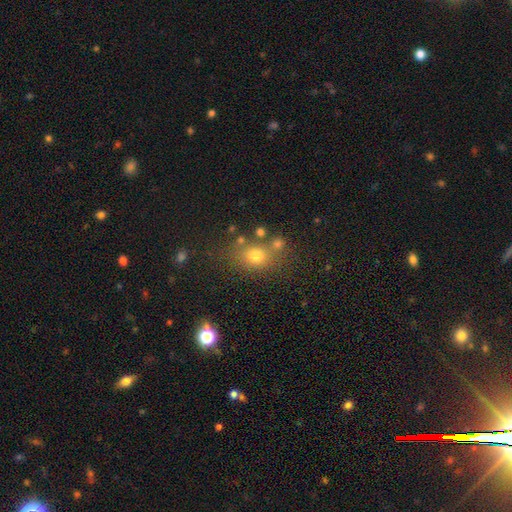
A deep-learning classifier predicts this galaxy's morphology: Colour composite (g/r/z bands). It shows a smooth galaxy with no disk features (72%) that is round (53%). Merging: none (66%).